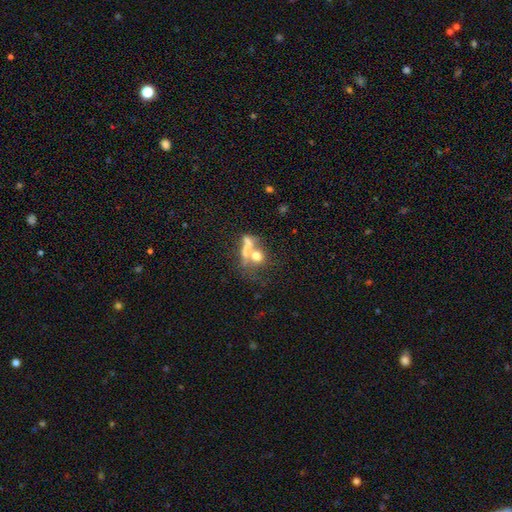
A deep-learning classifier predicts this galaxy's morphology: A smooth galaxy with no disk features (60%) that is round (53%). Merging: merger (55%).